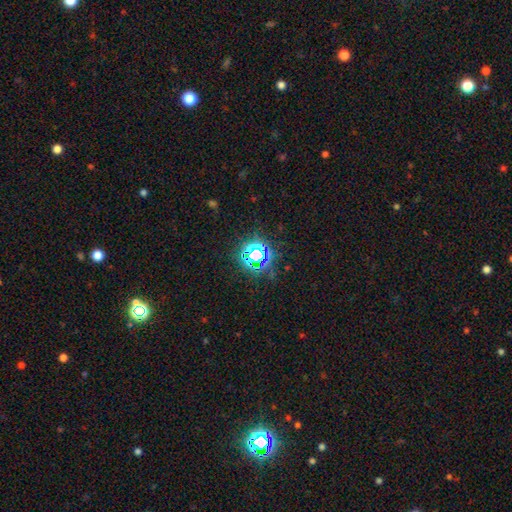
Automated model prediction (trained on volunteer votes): This appears to be a star or artifact, not a galaxy (75%).